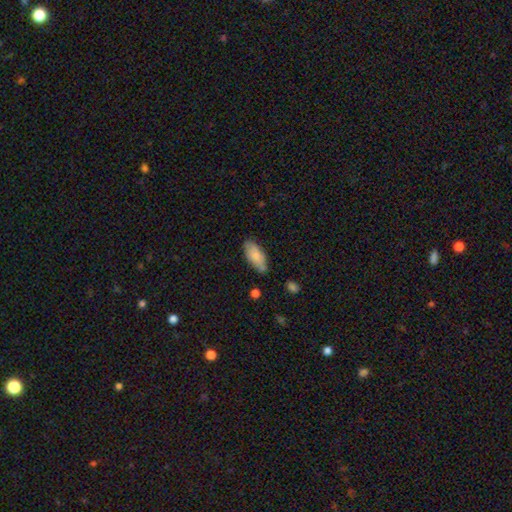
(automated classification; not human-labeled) Smooth or featured?
  - smooth: 80% *
  - featured or disk: 14%
  - star or artifact: 6%
How rounded?
  - in between: 87% *
  - cigar-shaped: 11%
  - round: 2%
Merging?
  - none: 73% *
  - minor disturbance: 20%
  - major disturbance: 3%
  - merger: 3%